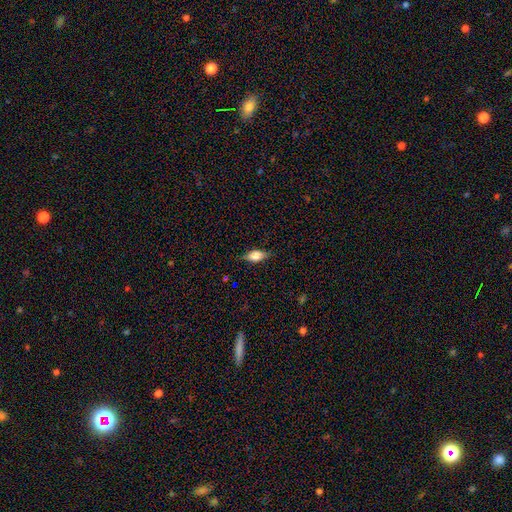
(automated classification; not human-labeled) smooth-or-featured: smooth: 69% | featured or disk: 22% | star or artifact: 9%
  how-rounded: in between: 82% | cigar-shaped: 12% | round: 6%
  merging: none: 79% | minor disturbance: 17% | major disturbance: 4% | merger: 1%